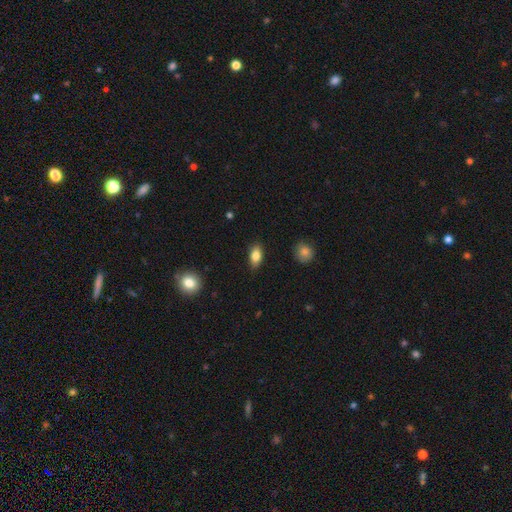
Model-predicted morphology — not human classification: Smooth or featured: smooth — 83% (featured or disk — 9%)
How rounded: in between — 89% (round — 6%)
Merging: none — 86% (minor disturbance — 11%)